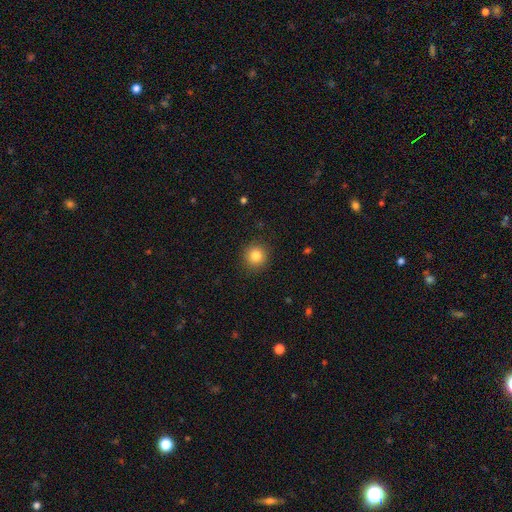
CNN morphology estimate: Smooth or featured?
  - smooth: 83% *
  - star or artifact: 11%
  - featured or disk: 6%
How rounded?
  - round: 92% *
  - in between: 7%
  - cigar-shaped: 1%
Merging?
  - none: 90% *
  - minor disturbance: 6%
  - major disturbance: 2%
  - merger: 1%